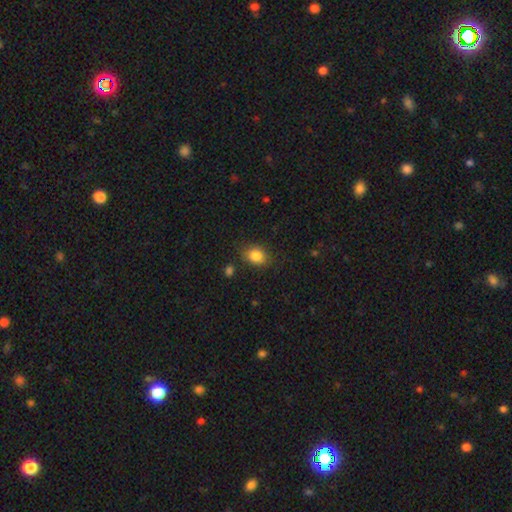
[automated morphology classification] Overall: smooth (84%). How rounded: in between (58%; round 41%). Merging: none (79%).